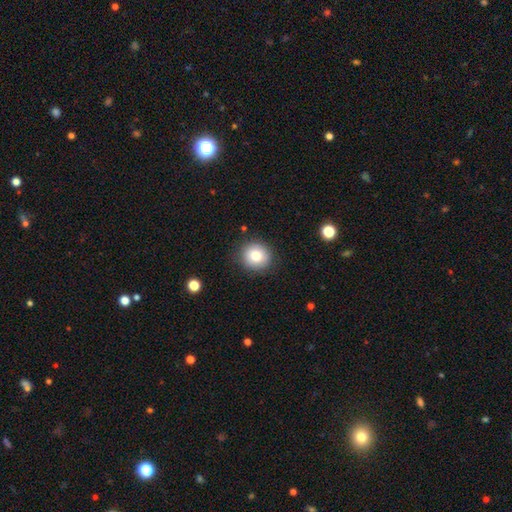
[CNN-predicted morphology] This is clearly a smooth galaxy (81%). How rounded: clearly round (90%). Merging: clearly none (88%).